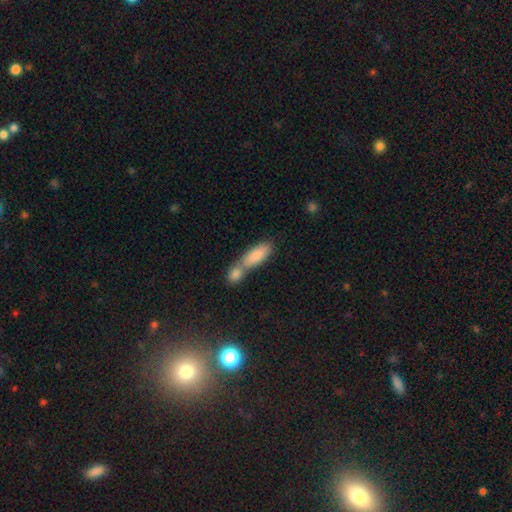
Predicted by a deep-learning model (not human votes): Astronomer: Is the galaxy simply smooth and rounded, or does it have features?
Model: smooth — 83%.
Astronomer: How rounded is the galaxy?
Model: in between — 64%.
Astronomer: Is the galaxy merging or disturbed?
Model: merger — 59%.